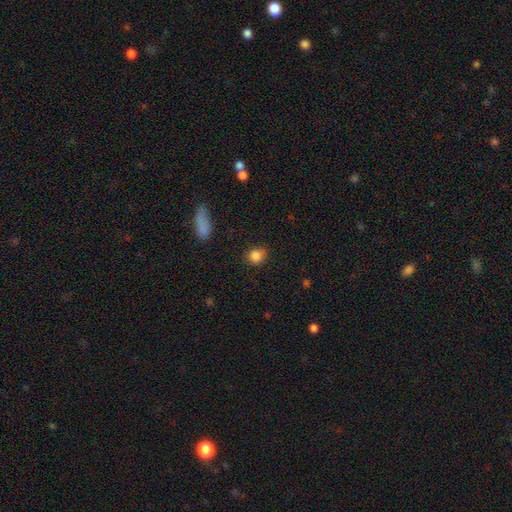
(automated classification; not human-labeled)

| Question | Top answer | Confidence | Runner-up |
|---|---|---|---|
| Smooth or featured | smooth | 85% | star or artifact (10%) |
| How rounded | round | 73% | in between (26%) |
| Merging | none | 72% | minor disturbance (21%) |